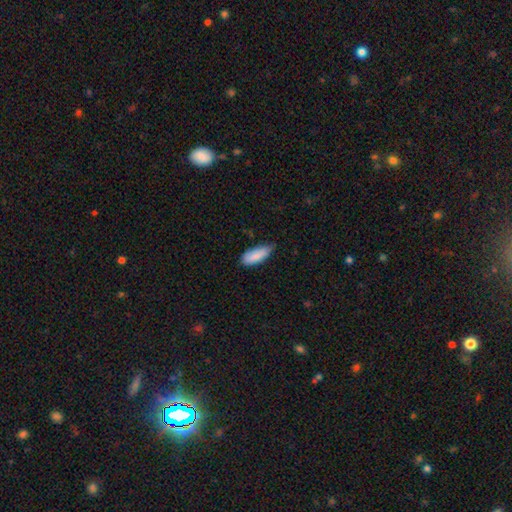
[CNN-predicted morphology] smooth_or_featured: smooth (p=0.86) [alt: featured or disk p=0.08]
how_rounded: in between (p=0.78) [alt: cigar-shaped p=0.20]
merging: none (p=0.59) [alt: minor disturbance p=0.35]